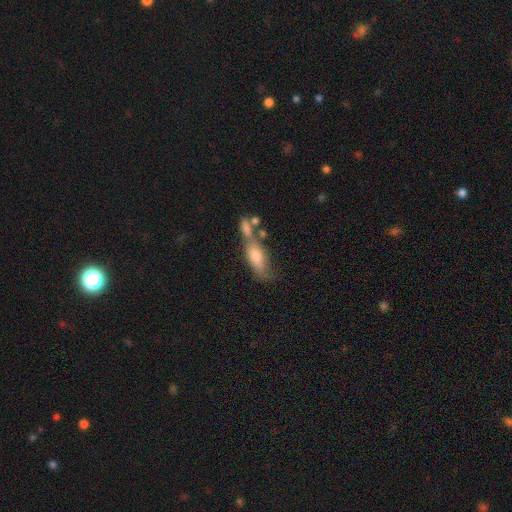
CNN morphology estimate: A smooth galaxy with no disk features (57%) that is in between round and cigar-shaped (61%). Merging: merger (40%).